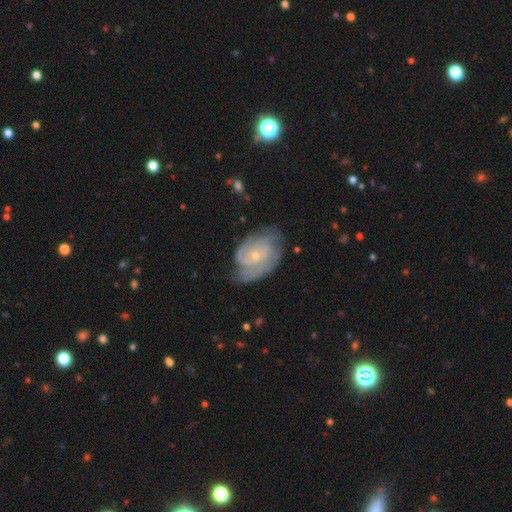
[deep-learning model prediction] smooth_or_featured: featured or disk (p=0.80) [alt: smooth p=0.14]
disk_edge_on: no (p=0.97) [alt: yes p=0.03]
bar: no (p=0.75) [alt: weak p=0.21]
has_spiral_arms: yes (p=0.92) [alt: no p=0.08]
spiral_winding: tight (p=0.59) [alt: medium p=0.31]
spiral_arm_count: 2 (p=0.34) [alt: can't tell p=0.32]
bulge_size: small (p=0.74) [alt: moderate p=0.23]
merging: none (p=0.60) [alt: minor disturbance p=0.26]